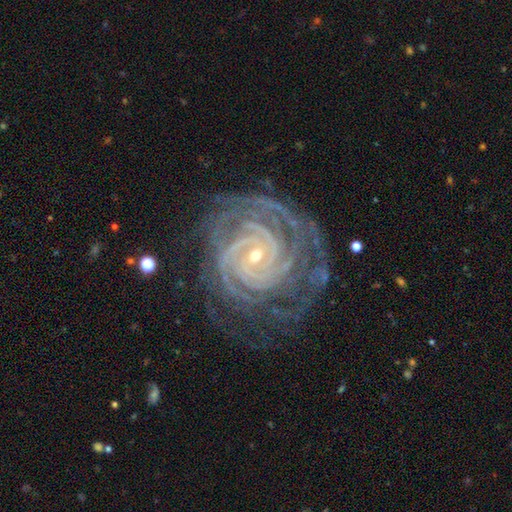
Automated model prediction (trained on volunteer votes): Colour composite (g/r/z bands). It shows a featured or disk galaxy (92%) with no bar (50%), 4 (26%) tight (84%) spiral arms (99%) and a small central bulge (73%). Merging: none (71%).